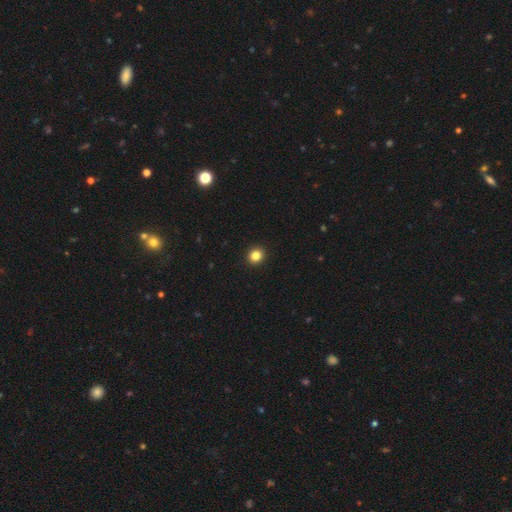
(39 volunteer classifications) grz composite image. It shows a smooth galaxy with no disk features (87%) that is round (91%). Merging: none (100%).